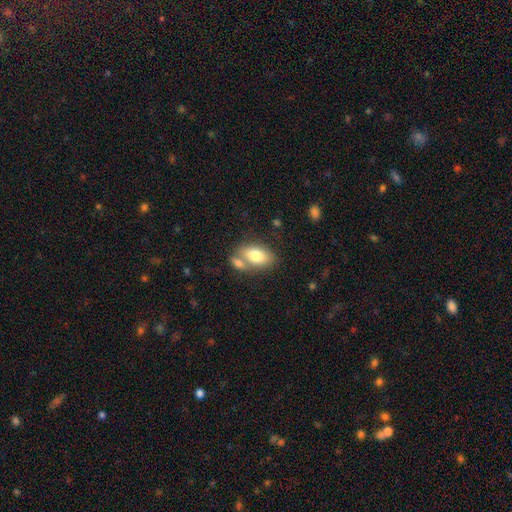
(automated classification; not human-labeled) smooth_or_featured: smooth (p=0.78) [alt: featured or disk p=0.15]
how_rounded: in between (p=0.90) [alt: round p=0.07]
merging: none (p=0.51) [alt: merger p=0.33]